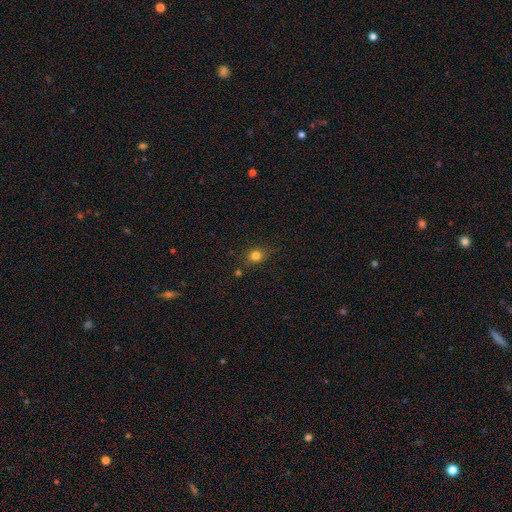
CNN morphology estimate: type=smooth (80%); roundness=round (66%); merging=none (77%).